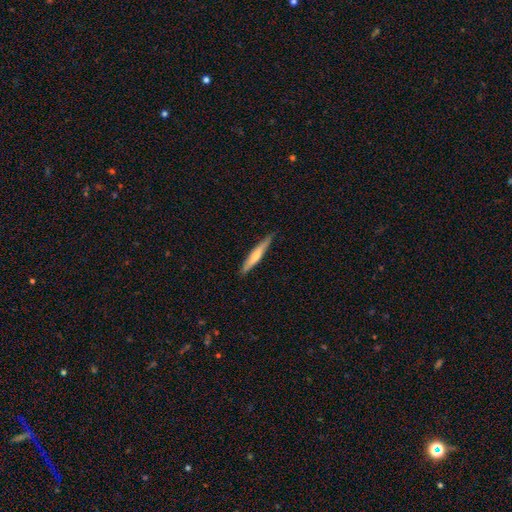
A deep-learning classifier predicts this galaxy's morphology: smooth-or-featured: smooth: 57% | featured or disk: 38% | star or artifact: 5%
  how-rounded: cigar-shaped: 92% | in between: 6% | round: 1%
  merging: none: 87% | minor disturbance: 10% | major disturbance: 2% | merger: 1%